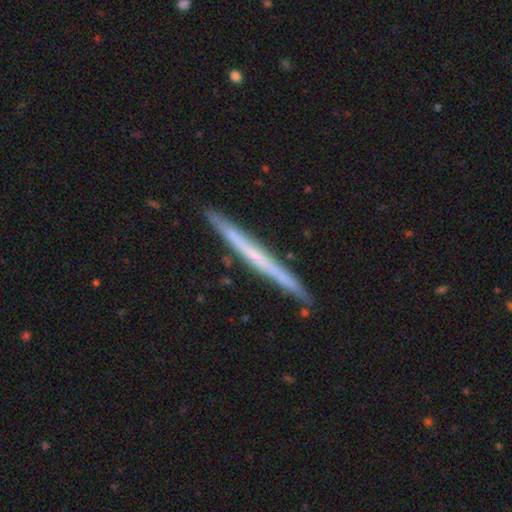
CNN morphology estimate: Smooth or featured: featured or disk — 56% (smooth — 38%)
Edge-on disk: yes — 97% (no — 3%)
Edge-on bulge: none — 88% (rounded — 8%)
Merging: none — 88% (minor disturbance — 9%)